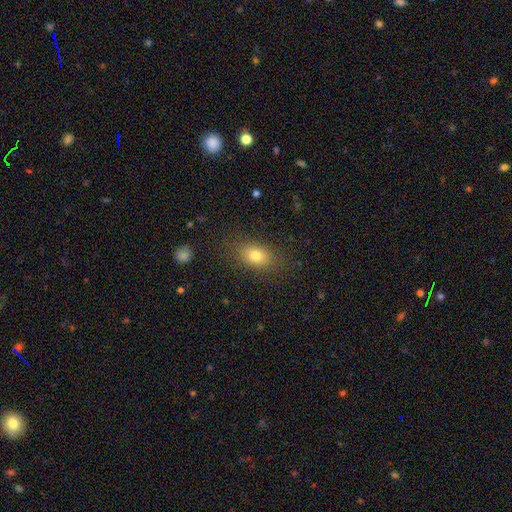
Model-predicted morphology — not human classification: smooth-or-featured: smooth: 79% | star or artifact: 11% | featured or disk: 10%
  how-rounded: in between: 77% | round: 20% | cigar-shaped: 3%
  merging: none: 82% | minor disturbance: 12% | major disturbance: 5% | merger: 1%